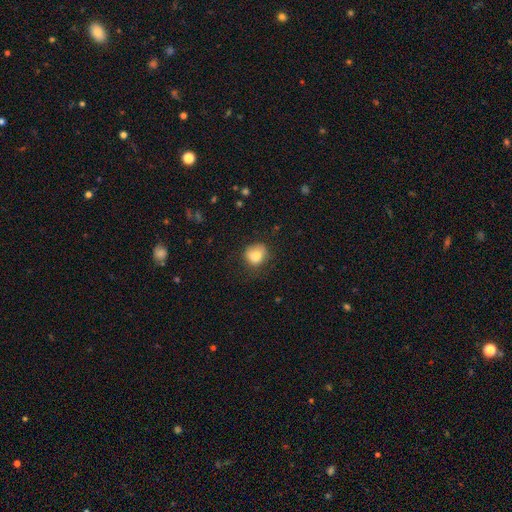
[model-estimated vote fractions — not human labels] smooth_or_featured: smooth (p=0.82) [alt: star or artifact p=0.09]
how_rounded: round (p=0.74) [alt: in between p=0.25]
merging: none (p=0.66) [alt: minor disturbance p=0.24]